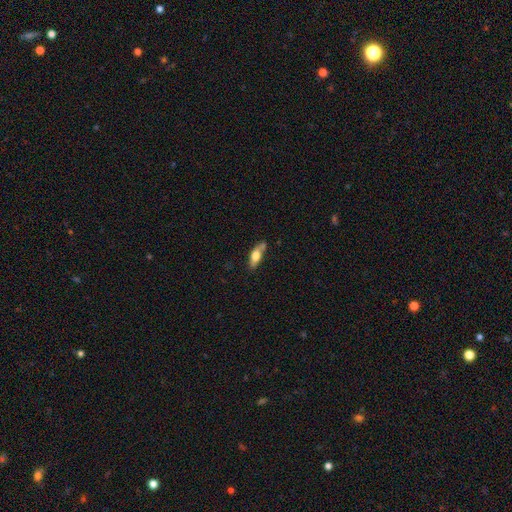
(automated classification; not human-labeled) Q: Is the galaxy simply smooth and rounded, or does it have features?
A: smooth — 59%.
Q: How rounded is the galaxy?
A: in between — 63%.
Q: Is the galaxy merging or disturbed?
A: none — 59%.